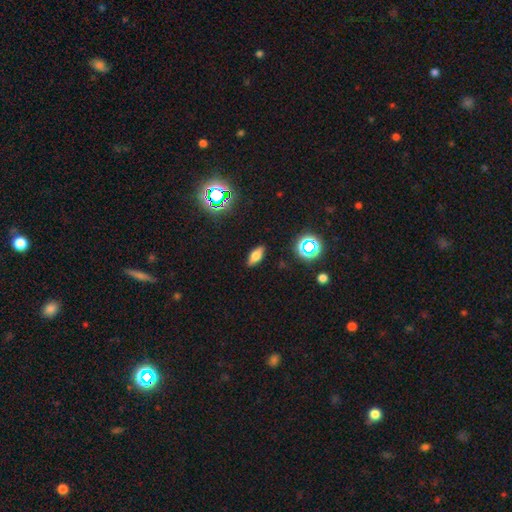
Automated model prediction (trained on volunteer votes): Smooth or featured?
  - smooth: 66% *
  - featured or disk: 18%
  - star or artifact: 15%
How rounded?
  - in between: 79% *
  - cigar-shaped: 15%
  - round: 6%
Merging?
  - none: 87% *
  - minor disturbance: 9%
  - major disturbance: 2%
  - merger: 1%